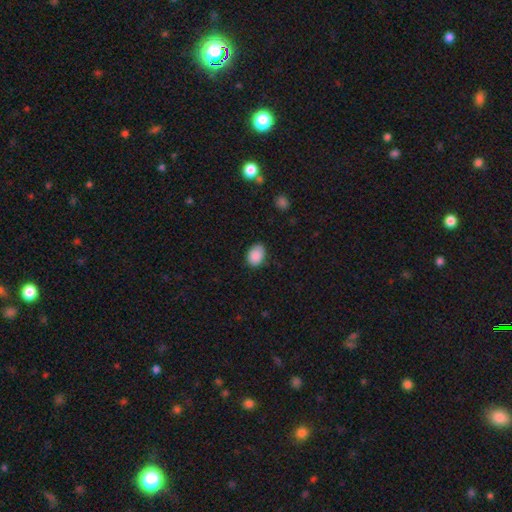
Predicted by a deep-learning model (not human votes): A smooth galaxy with no disk features (89%) that is in between round and cigar-shaped (79%). Merging: none (81%).